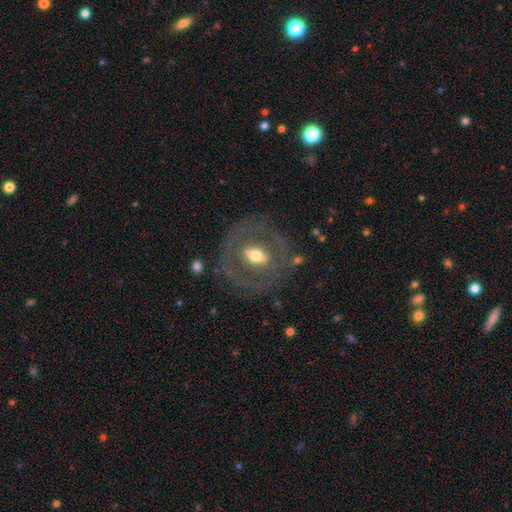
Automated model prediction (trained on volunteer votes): featured or disk 65%, smooth 28%, star or artifact 7%. Down the decision tree: edge-on disk — no (90%); bar — strong (38%); spiral arms — no (77%); bulge size — moderate (67%); merging — none (75%).